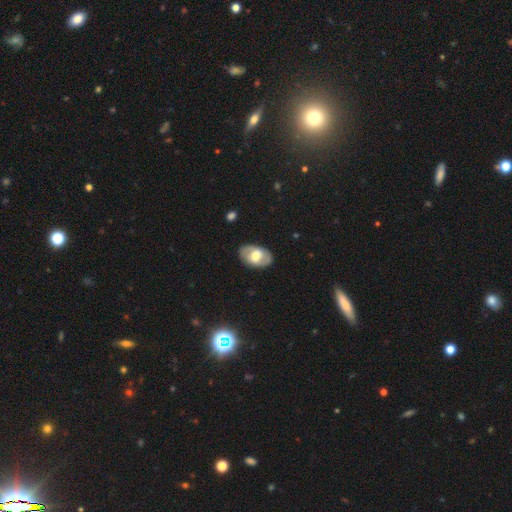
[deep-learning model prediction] Morphology: type=featured or disk (49%); merging=none (84%).